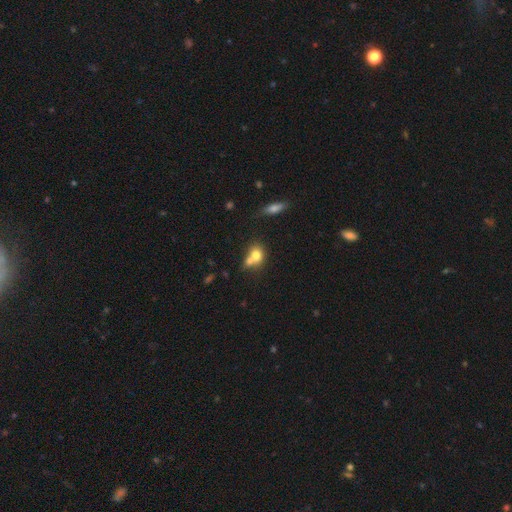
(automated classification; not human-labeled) Smooth or featured?
  - smooth: 73% *
  - featured or disk: 17%
  - star or artifact: 10%
How rounded?
  - round: 56% *
  - in between: 42%
  - cigar-shaped: 2%
Merging?
  - merger: 57% *
  - none: 30%
  - minor disturbance: 9%
  - major disturbance: 4%